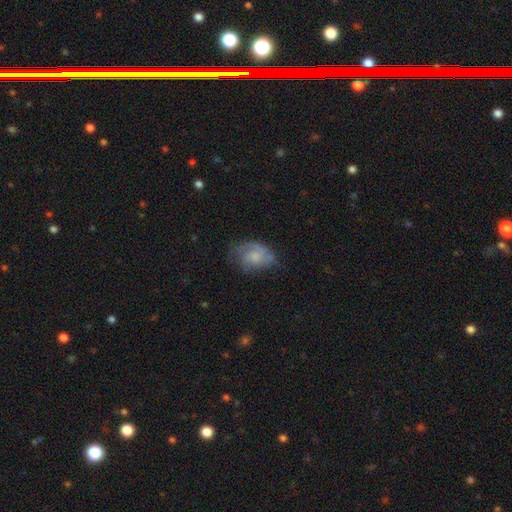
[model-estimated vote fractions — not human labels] smooth-or-featured: featured or disk: 47% | smooth: 44% | star or artifact: 8%
  merging: none: 51% | minor disturbance: 29% | major disturbance: 19% | merger: 2%